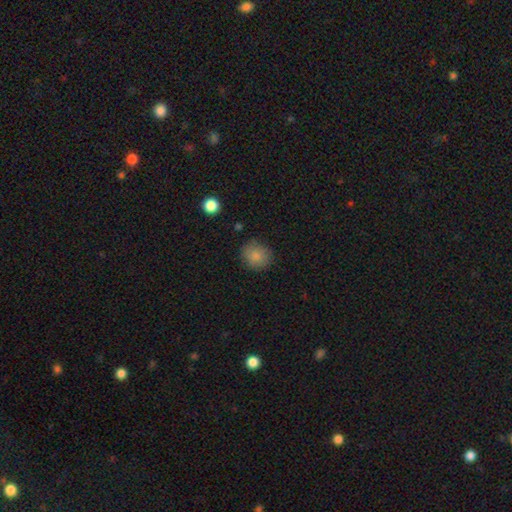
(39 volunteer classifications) Overall: smooth (82%). How rounded: round (81%). Merging: none (77%).